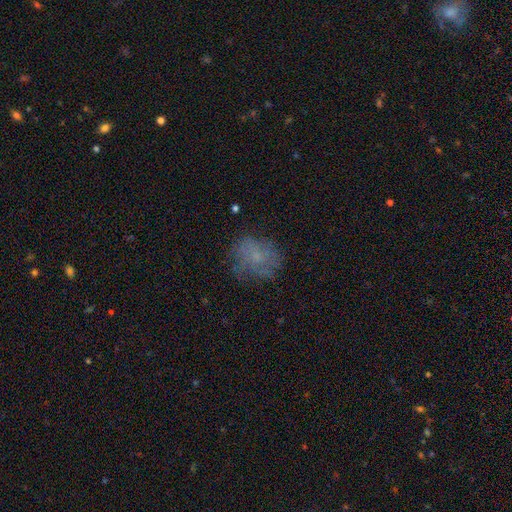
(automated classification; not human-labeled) smooth_or_featured: smooth (p=0.48) [alt: featured or disk p=0.37]
merging: none (p=0.66) [alt: minor disturbance p=0.20]